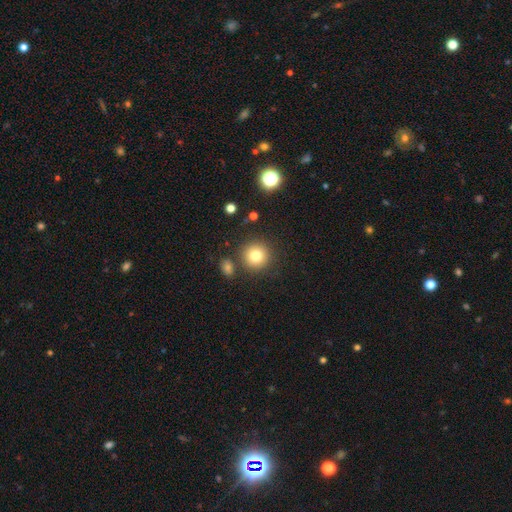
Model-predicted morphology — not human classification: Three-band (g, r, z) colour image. It shows a smooth galaxy with no disk features (79%) that is round (94%). Merging: none (84%).